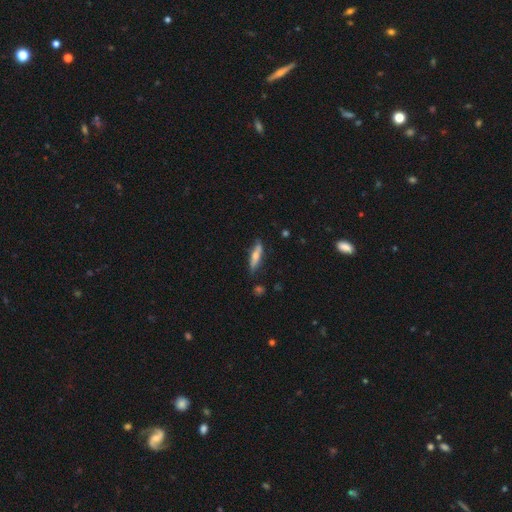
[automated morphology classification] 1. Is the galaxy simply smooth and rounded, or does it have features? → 56% smooth, 38% featured or disk, 6% star or artifact.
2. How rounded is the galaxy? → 77% cigar-shaped, 21% in between, 2% round.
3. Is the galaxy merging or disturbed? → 76% none, 18% minor disturbance, 3% major disturbance, 2% merger.